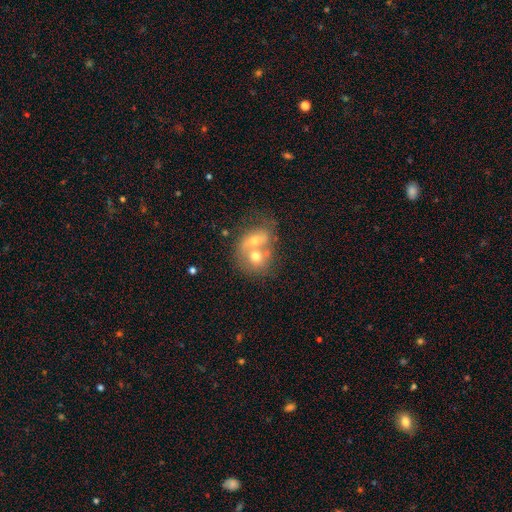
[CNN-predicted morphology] smooth-or-featured: smooth: 46% | featured or disk: 43% | star or artifact: 11%
  merging: merger: 76% | none: 15% | minor disturbance: 5% | major disturbance: 4%